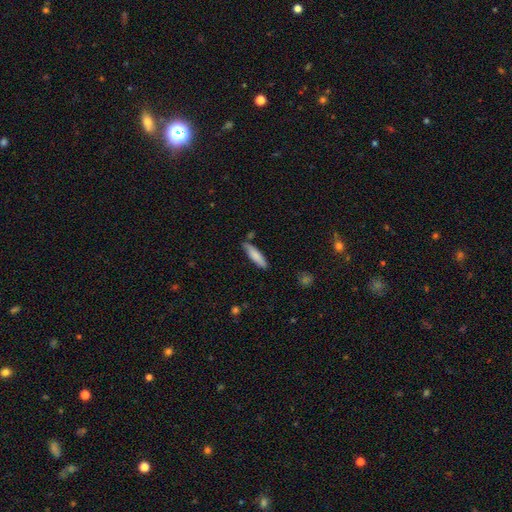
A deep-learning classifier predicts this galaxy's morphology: This appears to be a smooth galaxy with no disk features (80%) that is cigar-shaped (74%). Merging: none (78%).